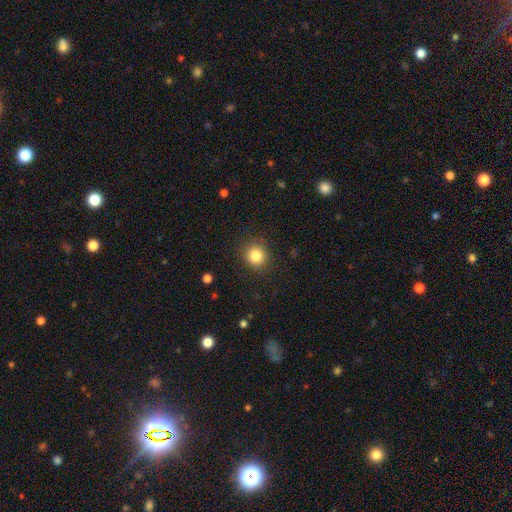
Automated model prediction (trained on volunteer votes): Smooth or featured: smooth — 84% (star or artifact — 11%)
How rounded: round — 90% (in between — 9%)
Merging: none — 89% (minor disturbance — 7%)